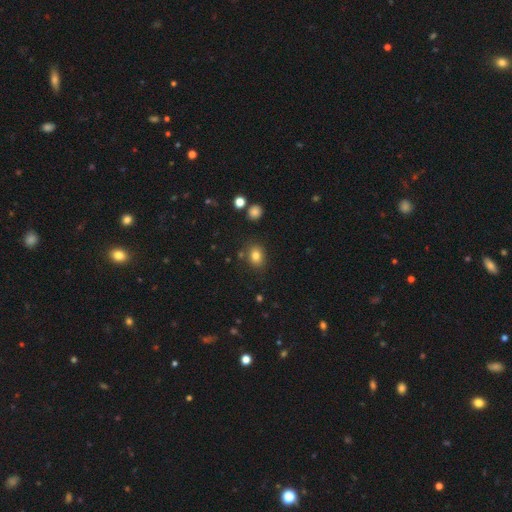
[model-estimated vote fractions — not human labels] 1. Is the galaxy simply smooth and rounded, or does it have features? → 80% smooth, 12% star or artifact, 8% featured or disk.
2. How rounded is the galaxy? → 53% in between, 46% round, 1% cigar-shaped.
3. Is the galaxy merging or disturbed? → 80% none, 12% minor disturbance, 4% merger, 4% major disturbance.